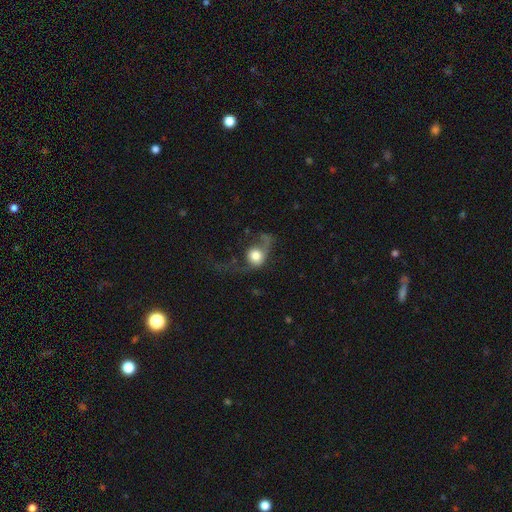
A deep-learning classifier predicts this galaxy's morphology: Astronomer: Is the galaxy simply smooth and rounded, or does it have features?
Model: smooth — 64%.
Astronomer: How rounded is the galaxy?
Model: round — 76%.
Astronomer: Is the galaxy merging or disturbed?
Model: major disturbance — 58%.